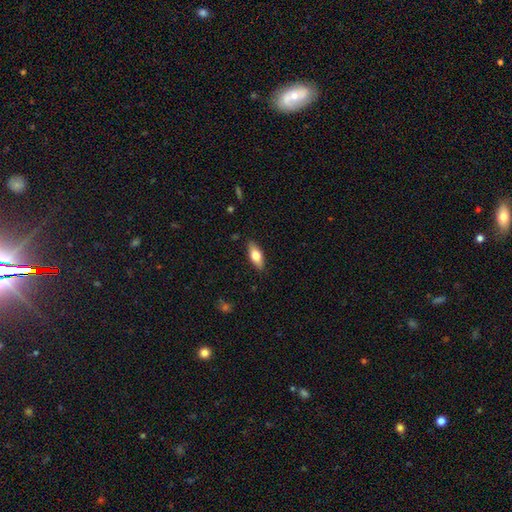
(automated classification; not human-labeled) A smooth galaxy with no disk features (67%) that is in between round and cigar-shaped (76%). Merging: none (87%).